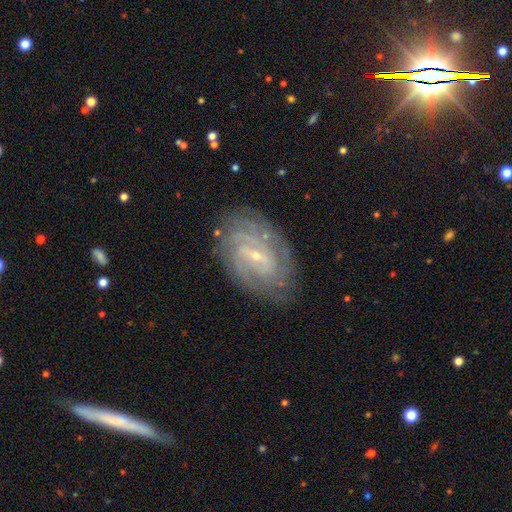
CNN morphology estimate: Smooth or featured?
  - featured or disk: 83% *
  - smooth: 10%
  - star or artifact: 7%
Edge-on disk?
  - no: 95% *
  - yes: 5%
Bar?
  - weak: 49% *
  - no: 27%
  - strong: 24%
Spiral arms?
  - yes: 93% *
  - no: 7%
Spiral winding?
  - tight: 70% *
  - medium: 24%
  - loose: 6%
Spiral arm count?
  - can't tell: 41% *
  - 2: 17%
  - 4: 15%
  - 3: 12%
  - more than 4: 8%
  - 1: 6%
Bulge size?
  - small: 83% *
  - moderate: 13%
  - none: 2%
  - large: 1%
  - dominant: 1%
Merging?
  - none: 79% *
  - minor disturbance: 15%
  - major disturbance: 5%
  - merger: 1%